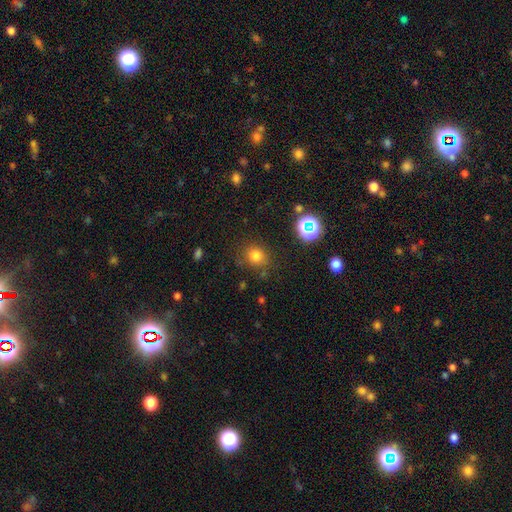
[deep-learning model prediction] The model was most divided on "how rounded": round: 77%, in between: 22%, cigar-shaped: 1%. More confident: merging — none (77%); smooth or featured — smooth (75%).